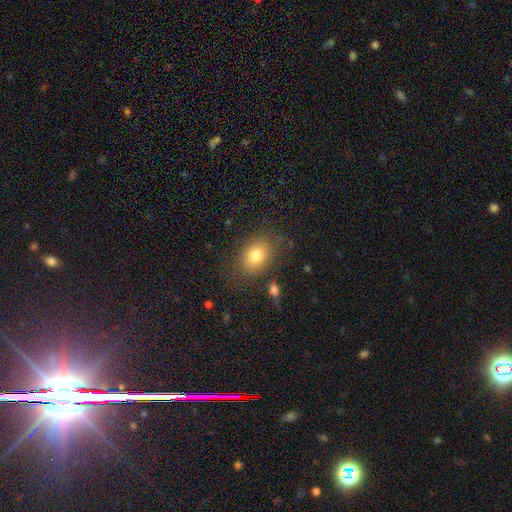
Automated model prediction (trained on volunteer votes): Smooth or featured?
  - smooth: 77% *
  - featured or disk: 12%
  - star or artifact: 10%
How rounded?
  - in between: 65% *
  - round: 33%
  - cigar-shaped: 1%
Merging?
  - none: 77% *
  - minor disturbance: 14%
  - major disturbance: 6%
  - merger: 3%